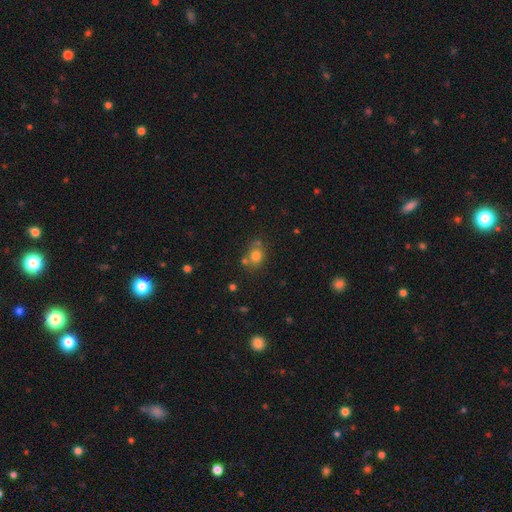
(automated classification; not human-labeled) The model was most divided on "how rounded": round: 66%, in between: 33%, cigar-shaped: 1%. More confident: smooth or featured — smooth (75%); merging — none (59%).